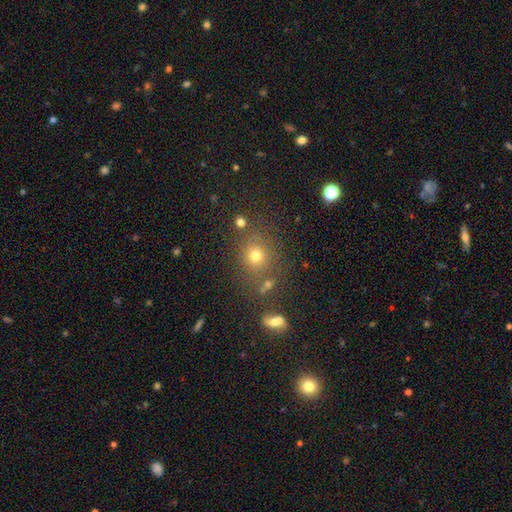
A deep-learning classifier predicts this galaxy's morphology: This appears to be a smooth galaxy with no disk features (70%) that is round (79%). Merging: none (75%).